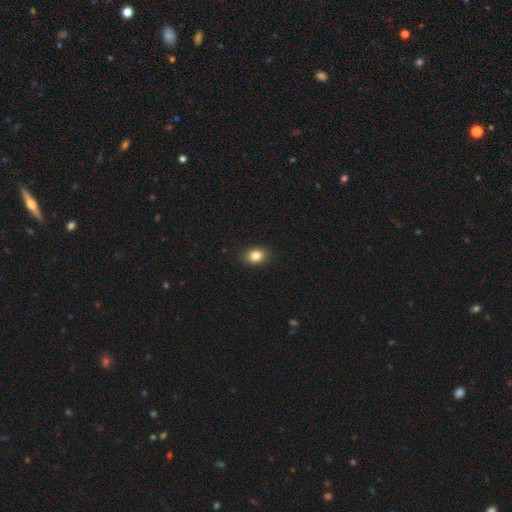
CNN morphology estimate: This is clearly a smooth galaxy (84%). How rounded: likely in between (64%). Merging: clearly none (90%).